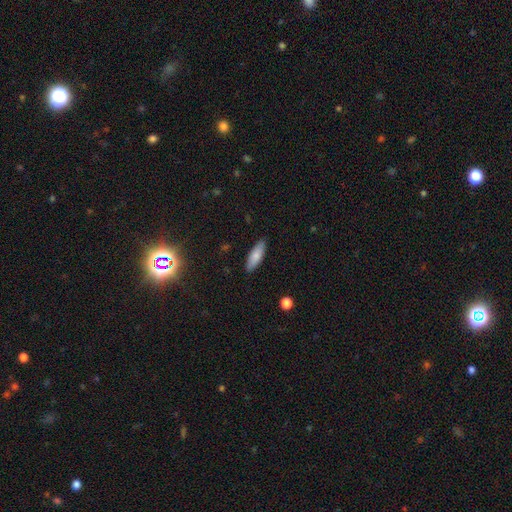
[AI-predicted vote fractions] Q: Smooth or featured?
A: smooth (80%); runner-up: featured or disk (13%)
Q: How rounded?
A: in between (57%); runner-up: cigar-shaped (41%)
Q: Merging?
A: none (88%); runner-up: minor disturbance (9%)